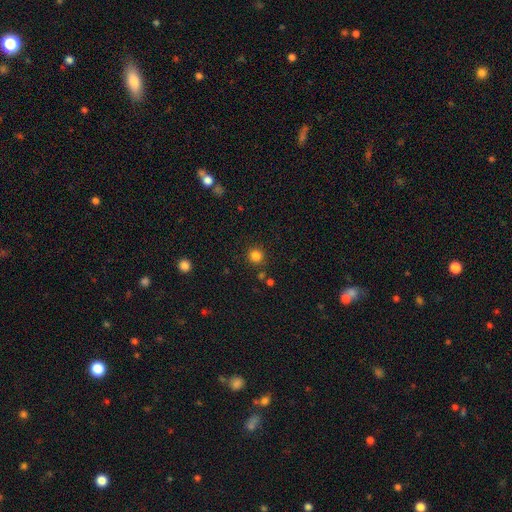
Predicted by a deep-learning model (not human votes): smooth_or_featured: smooth (p=0.83) [alt: star or artifact p=0.13]
how_rounded: round (p=0.94) [alt: in between p=0.05]
merging: none (p=0.86) [alt: minor disturbance p=0.07]